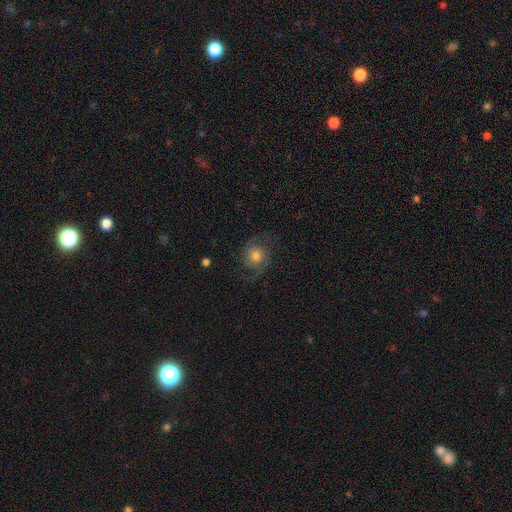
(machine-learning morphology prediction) Smooth or featured? featured or disk (66%)
Edge-on disk? no (97%)
Bar? no (76%)
Spiral arms? yes (92%)
Spiral winding? medium (47%)
Spiral arm count? 2 (90%)
Bulge size? moderate (65%)
Merging? none (74%)